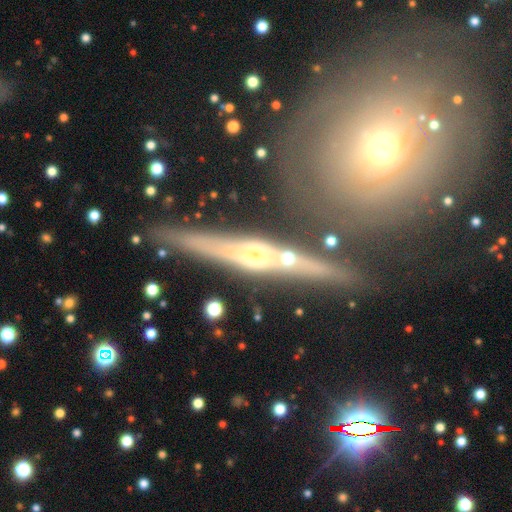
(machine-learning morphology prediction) Overall: featured or disk (72%). Edge-on disk: yes (91%). Edge-on bulge: rounded (67%). Merging: none (78%).